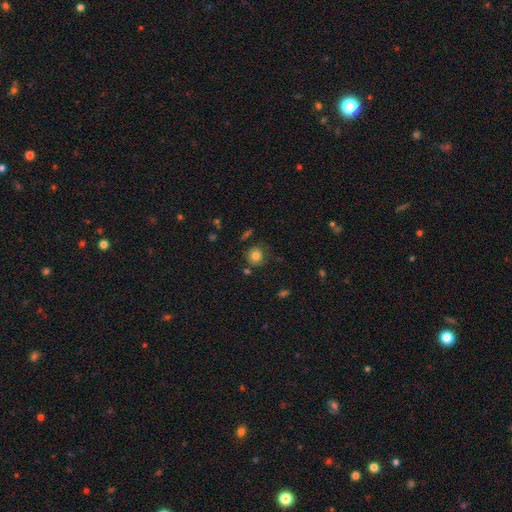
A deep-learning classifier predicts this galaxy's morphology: The model was most divided on "merging": none: 78%, minor disturbance: 13%, merger: 5%, major disturbance: 4%. More confident: how rounded — round (90%); smooth or featured — smooth (79%).